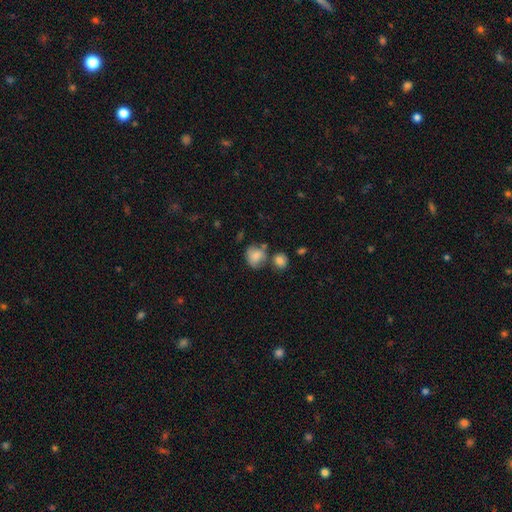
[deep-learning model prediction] A smooth galaxy with no disk features (78%) that is round (66%). Merging: none (49%).